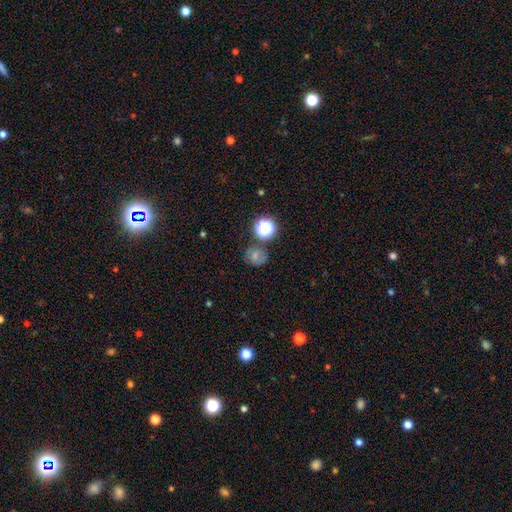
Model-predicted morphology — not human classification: A smooth galaxy with no disk features (61%) that is round (79%).

Vote fractions:
- Smooth or featured? smooth: 61% / star or artifact: 21% / featured or disk: 18%
- How rounded? round: 79% / in between: 20% / cigar-shaped: 1%
- Merging? none: 72% / minor disturbance: 15% / merger: 8% / major disturbance: 5%